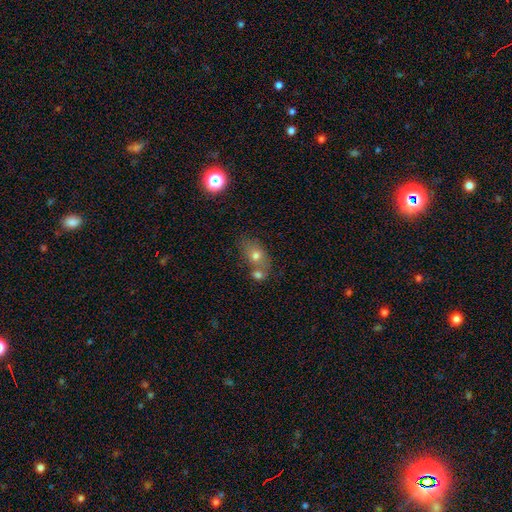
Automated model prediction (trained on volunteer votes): smooth 67%, featured or disk 20%, star or artifact 14%. Down the decision tree: how rounded — in between (67%); merging — none (44%).